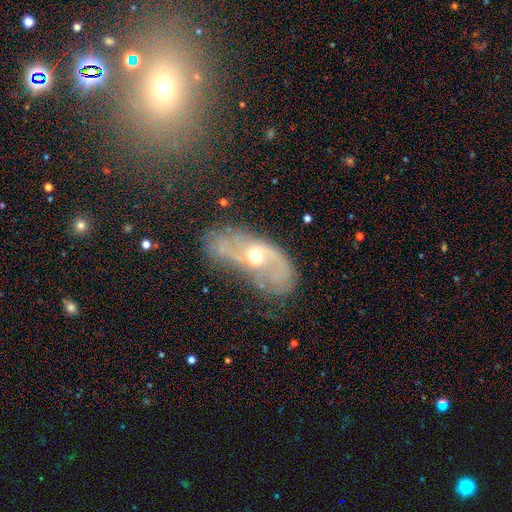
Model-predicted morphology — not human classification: Overall: featured or disk (78%). Edge-on disk: no (92%). Bar: no (62%; weak 30%). Spiral arms: yes (84%). Spiral arm count: 2 (70%). Spiral winding: loose (41%; medium 39%). Bulge size: moderate (61%; small 32%). Merging: none (62%).